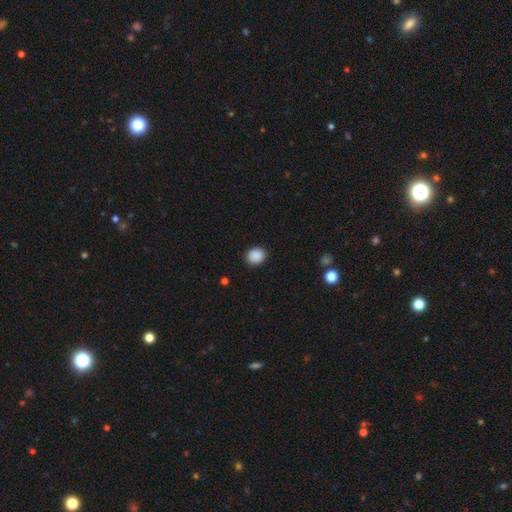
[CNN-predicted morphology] A smooth galaxy with no disk features (89%) that is round (64%). Merging: none (89%).